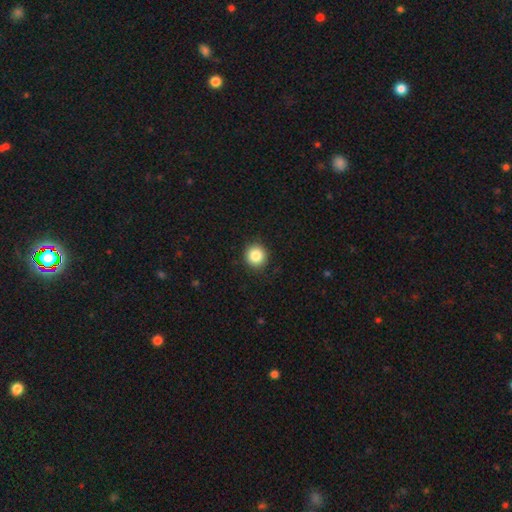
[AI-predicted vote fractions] Q: Smooth or featured?
A: smooth (86%); runner-up: star or artifact (9%)
Q: How rounded?
A: round (93%); runner-up: in between (6%)
Q: Merging?
A: none (91%); runner-up: minor disturbance (6%)